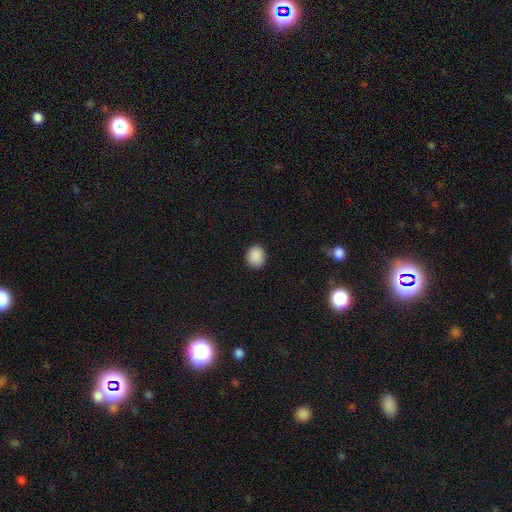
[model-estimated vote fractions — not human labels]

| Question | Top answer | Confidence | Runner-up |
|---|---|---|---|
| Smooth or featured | smooth | 89% | star or artifact (8%) |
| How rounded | round | 73% | in between (26%) |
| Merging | none | 91% | minor disturbance (6%) |